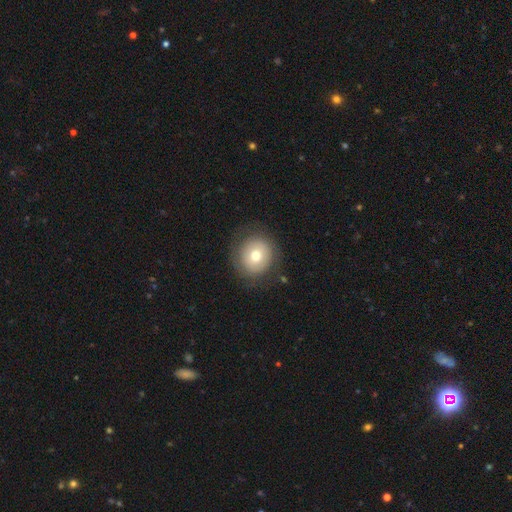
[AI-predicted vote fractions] This is likely a smooth galaxy (67%). How rounded: clearly round (90%). Merging: clearly none (82%).